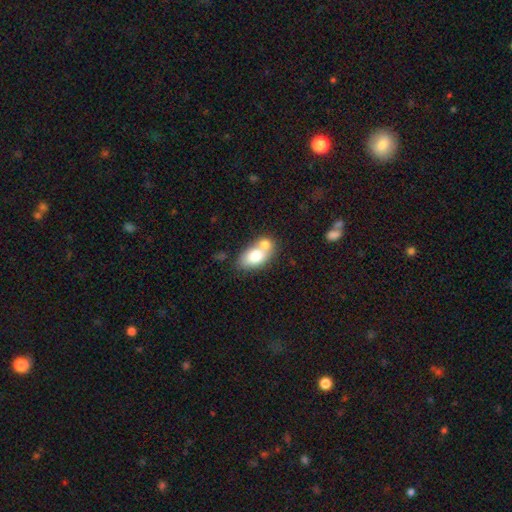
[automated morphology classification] Smooth or featured?
  - smooth: 73% *
  - featured or disk: 19%
  - star or artifact: 8%
How rounded?
  - in between: 84% *
  - round: 13%
  - cigar-shaped: 3%
Merging?
  - merger: 54% *
  - none: 31%
  - minor disturbance: 10%
  - major disturbance: 4%